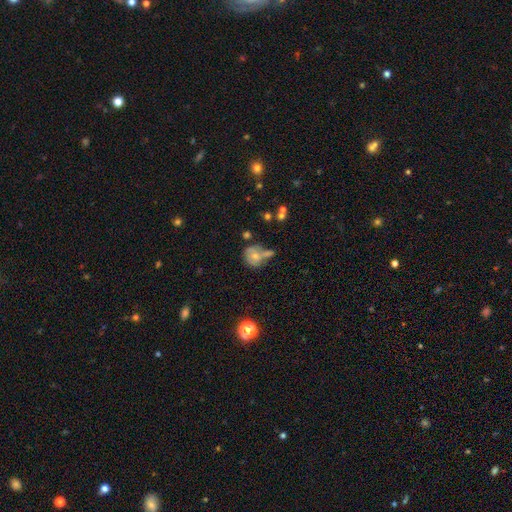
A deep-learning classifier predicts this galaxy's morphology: Smooth or featured? smooth (53%)
How rounded? round (68%)
Merging? none (36%)